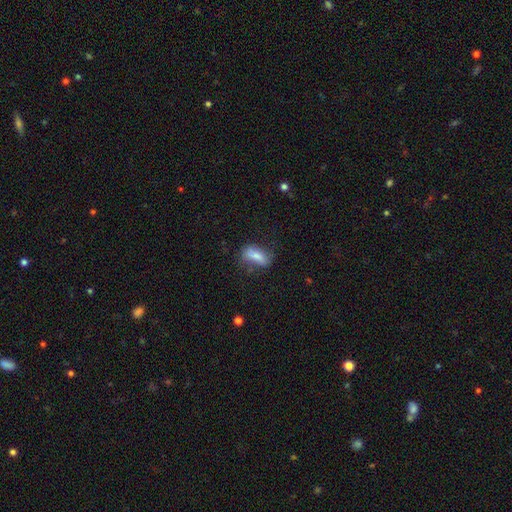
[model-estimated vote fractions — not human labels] A smooth galaxy with no disk features (70%) that is in between round and cigar-shaped (66%). Merging: none (57%).